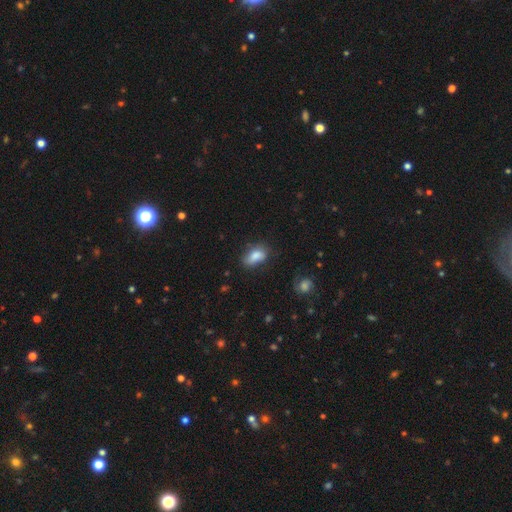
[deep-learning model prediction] A smooth galaxy with no disk features (81%) that is in between round and cigar-shaped (89%). Merging: none (58%).